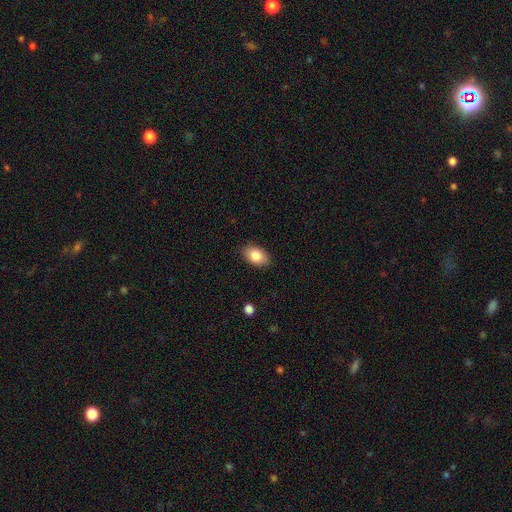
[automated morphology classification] Smooth or featured? smooth (85%)
How rounded? in between (89%)
Merging? none (87%)